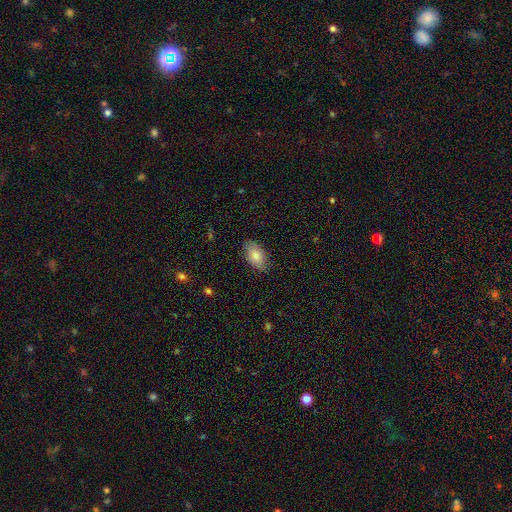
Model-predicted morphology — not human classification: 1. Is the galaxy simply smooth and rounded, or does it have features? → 80% smooth, 13% featured or disk, 7% star or artifact.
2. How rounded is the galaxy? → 93% in between, 5% round, 2% cigar-shaped.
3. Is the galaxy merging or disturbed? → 80% none, 16% minor disturbance, 3% major disturbance, 1% merger.